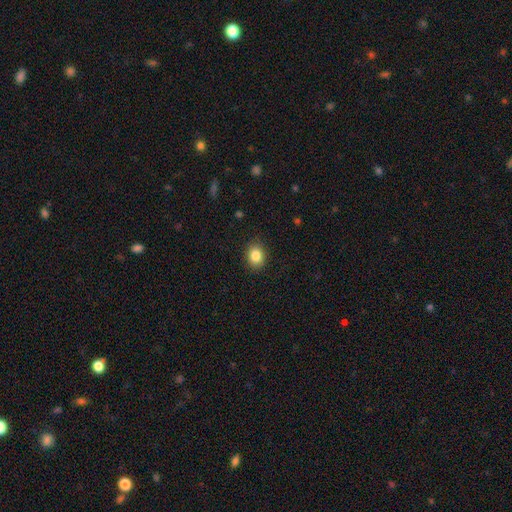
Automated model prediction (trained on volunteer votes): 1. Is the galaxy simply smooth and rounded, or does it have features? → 85% smooth, 9% star or artifact, 5% featured or disk.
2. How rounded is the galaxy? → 52% in between, 47% round, 1% cigar-shaped.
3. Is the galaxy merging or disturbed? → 88% none, 8% minor disturbance, 2% major disturbance, 1% merger.